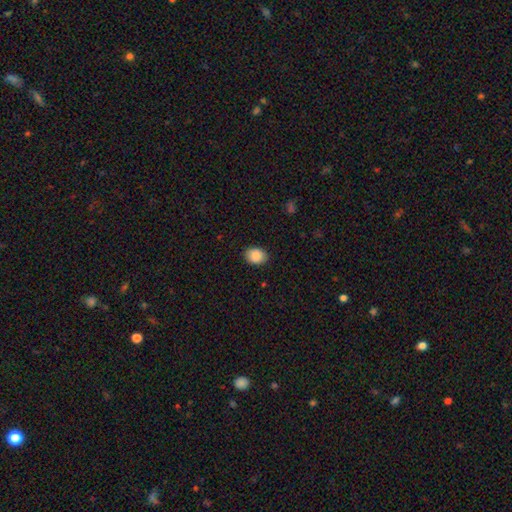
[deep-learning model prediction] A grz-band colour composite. It shows a smooth galaxy with no disk features (90%) that is in between round and cigar-shaped (68%). Merging: none (87%).